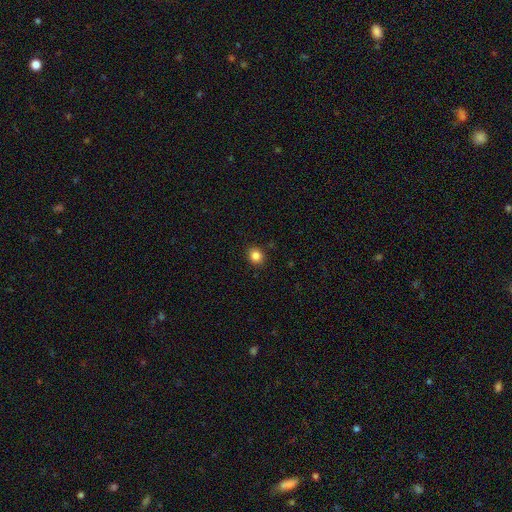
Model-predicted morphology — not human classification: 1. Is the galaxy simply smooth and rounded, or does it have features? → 85% smooth, 11% star or artifact, 5% featured or disk.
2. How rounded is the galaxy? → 73% round, 26% in between, 1% cigar-shaped.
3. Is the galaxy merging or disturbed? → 90% none, 7% minor disturbance, 2% major disturbance, 1% merger.